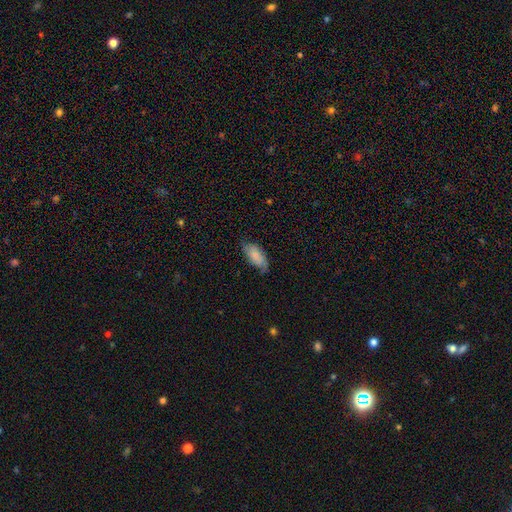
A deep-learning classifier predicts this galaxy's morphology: smooth-or-featured: smooth: 76% | featured or disk: 17% | star or artifact: 7%
  how-rounded: in between: 88% | cigar-shaped: 10% | round: 2%
  merging: none: 59% | minor disturbance: 31% | major disturbance: 8% | merger: 2%